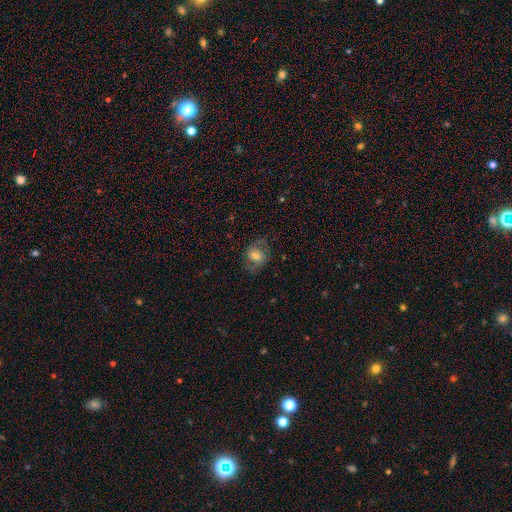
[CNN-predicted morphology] A smooth galaxy with no disk features (46%).

Vote fractions:
- Smooth or featured? smooth: 46% / featured or disk: 45% / star or artifact: 9%
- Merging? none: 69% / minor disturbance: 18% / major disturbance: 12% / merger: 1%